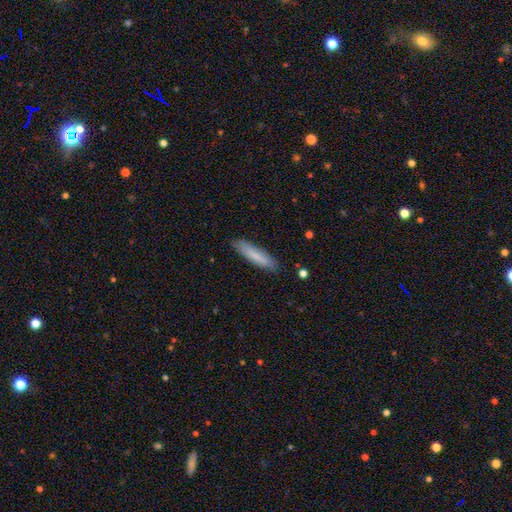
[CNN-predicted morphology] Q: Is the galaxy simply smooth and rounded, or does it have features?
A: smooth — 79%.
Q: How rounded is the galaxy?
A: cigar-shaped — 83%.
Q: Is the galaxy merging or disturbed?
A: none — 86%.